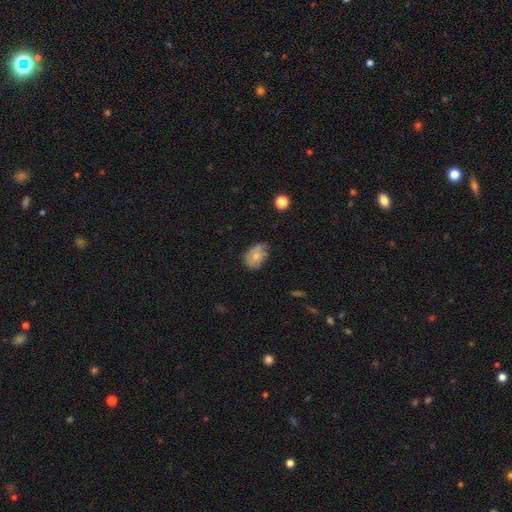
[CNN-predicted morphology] This is likely a smooth galaxy (67%). How rounded: likely in between (76%). Merging: possibly none (51%).